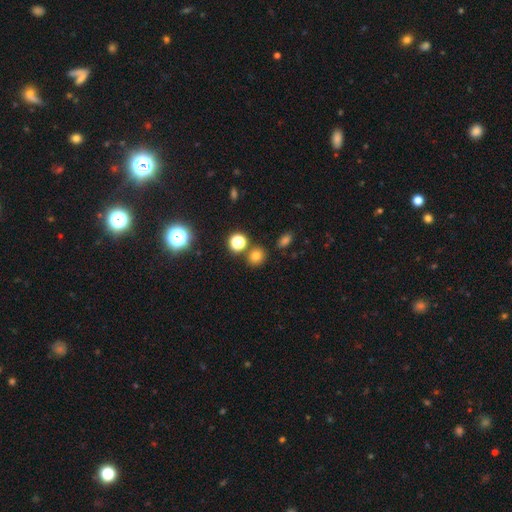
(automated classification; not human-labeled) A smooth galaxy with no disk features (73%) that is round (81%).

Vote fractions:
- Smooth or featured? smooth: 73% / star or artifact: 21% / featured or disk: 6%
- How rounded? round: 81% / in between: 18% / cigar-shaped: 1%
- Merging? none: 81% / merger: 8% / minor disturbance: 8% / major disturbance: 3%